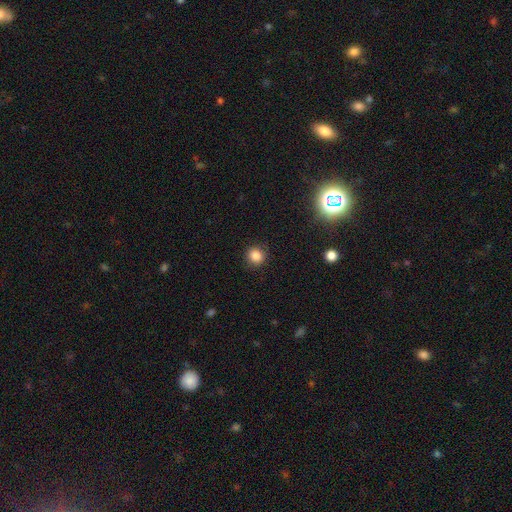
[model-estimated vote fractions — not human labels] This is clearly a smooth galaxy (84%). How rounded: clearly round (89%). Merging: clearly none (89%).